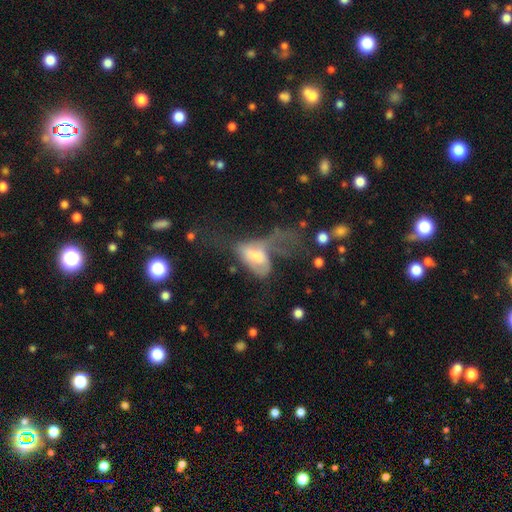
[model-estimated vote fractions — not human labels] Smooth or featured? smooth (53%)
How rounded? in between (89%)
Merging? major disturbance (65%)